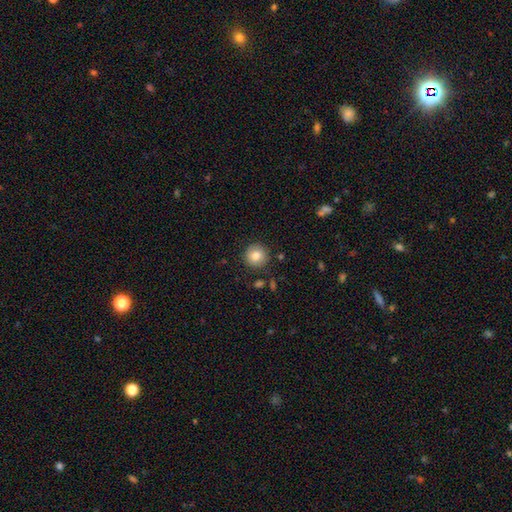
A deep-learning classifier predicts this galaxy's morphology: The model was most divided on "smooth or featured": smooth: 82%, featured or disk: 9%, star or artifact: 9%. More confident: how rounded — round (94%); merging — none (88%).